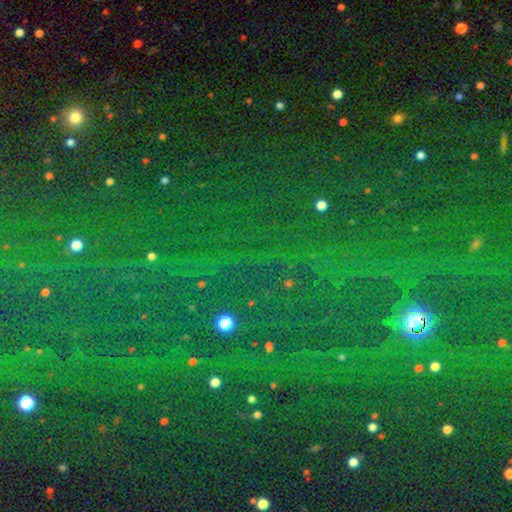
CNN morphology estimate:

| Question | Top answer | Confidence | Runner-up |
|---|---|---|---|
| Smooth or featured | star or artifact | 83% | smooth (10%) |